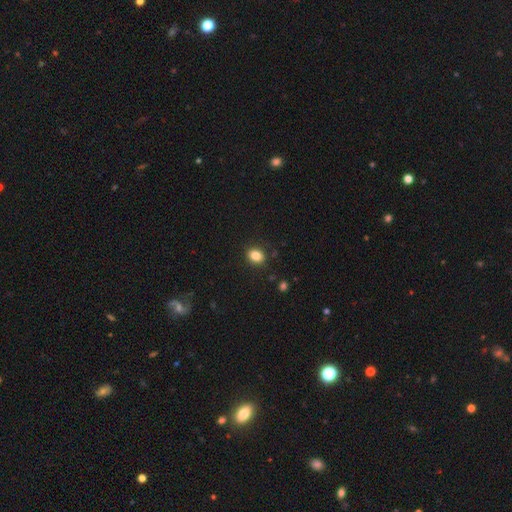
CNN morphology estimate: type=smooth (85%); roundness=in between (55%); merging=none (87%).